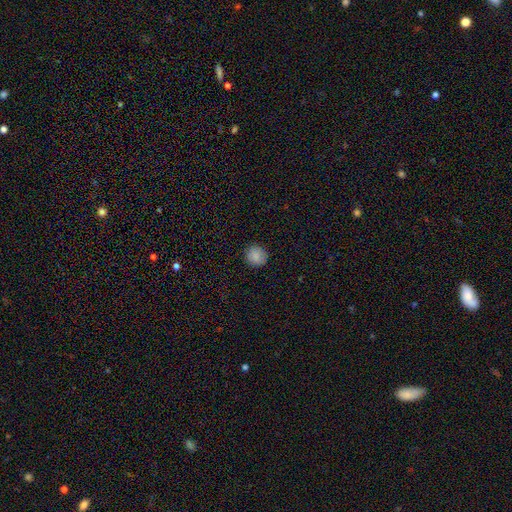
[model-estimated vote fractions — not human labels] A smooth galaxy with no disk features (87%) that is round (91%). Merging: none (91%).